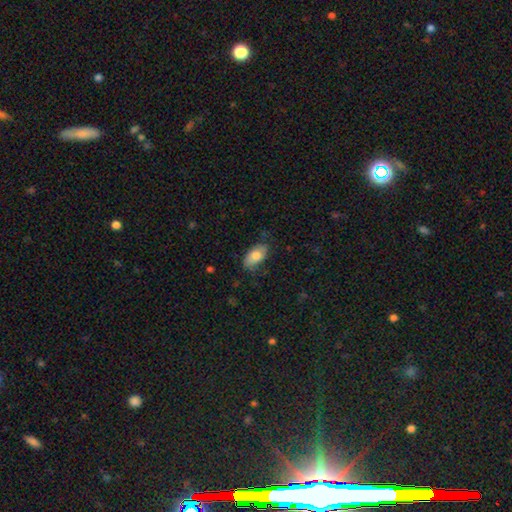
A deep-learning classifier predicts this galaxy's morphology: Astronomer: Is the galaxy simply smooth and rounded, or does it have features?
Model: smooth — 78%.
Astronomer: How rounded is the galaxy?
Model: in between — 93%.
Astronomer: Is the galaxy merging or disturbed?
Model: none — 71%.